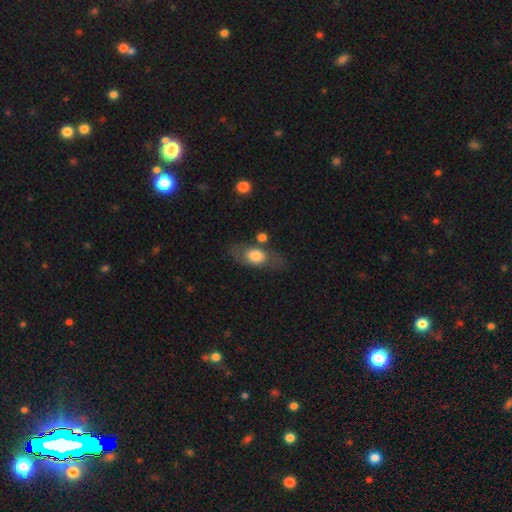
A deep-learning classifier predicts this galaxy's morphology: This is likely a smooth galaxy (65%). How rounded: likely in between (78%). Merging: likely none (65%).